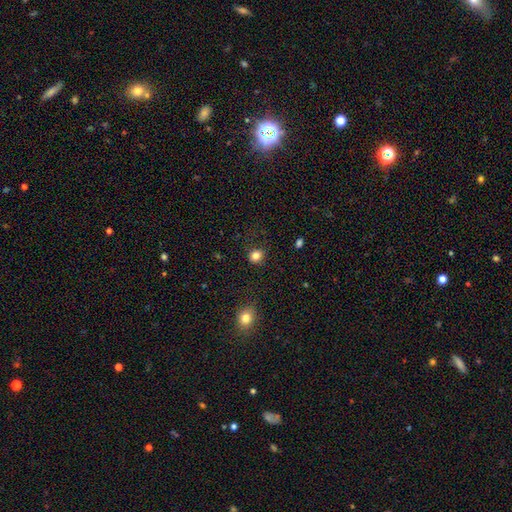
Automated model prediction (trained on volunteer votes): A smooth galaxy with no disk features (83%) that is round (74%). Merging: none (84%).